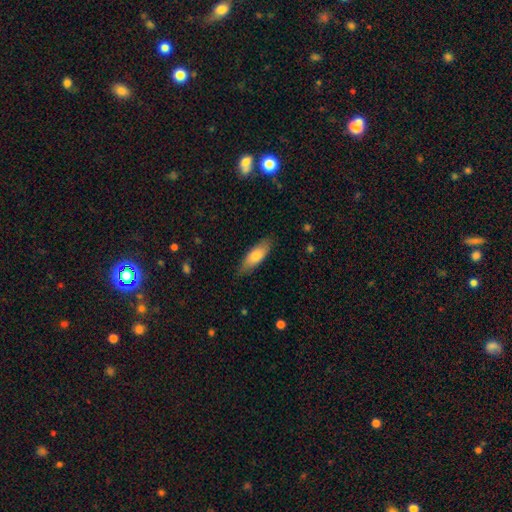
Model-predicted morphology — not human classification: This appears to be a smooth galaxy with no disk features (75%) that is in between round and cigar-shaped (61%). Merging: none (83%).